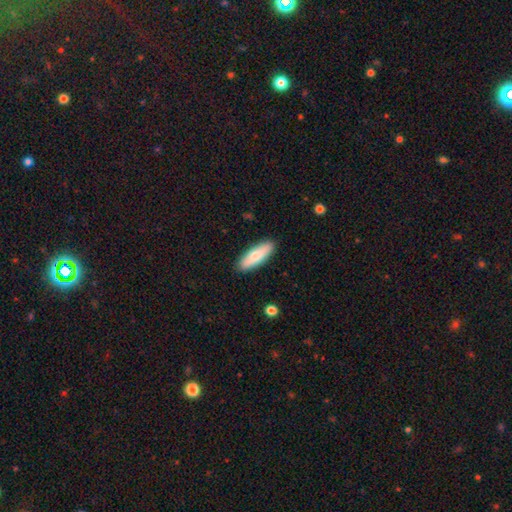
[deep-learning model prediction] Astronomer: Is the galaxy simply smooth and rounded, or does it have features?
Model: smooth — 76%.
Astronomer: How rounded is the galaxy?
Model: in between — 56% (runner-up: cigar-shaped, 42%).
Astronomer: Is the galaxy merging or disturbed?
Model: none — 89%.